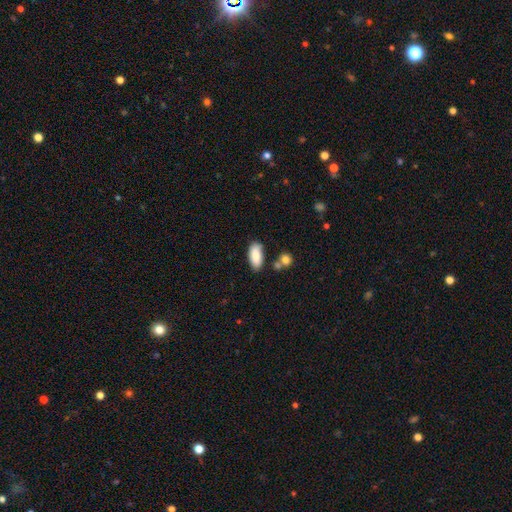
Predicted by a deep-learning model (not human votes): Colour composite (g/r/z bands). It shows a smooth galaxy with no disk features (86%) that is in between round and cigar-shaped (89%). Merging: none (73%).